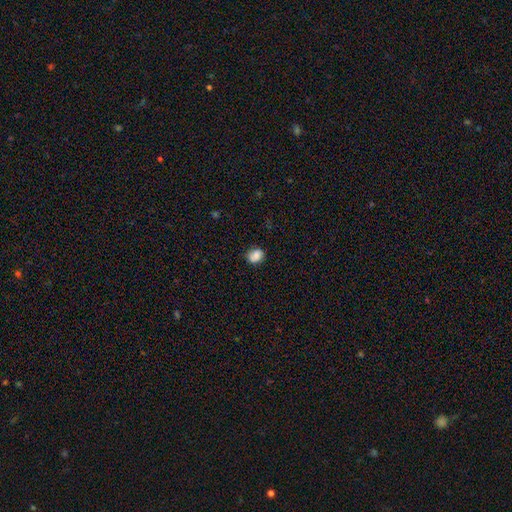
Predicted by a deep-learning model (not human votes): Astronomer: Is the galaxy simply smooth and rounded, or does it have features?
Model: smooth — 82%.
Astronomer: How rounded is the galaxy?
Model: round — 57% (runner-up: in between, 42%).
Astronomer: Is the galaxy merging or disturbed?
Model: none — 74%.